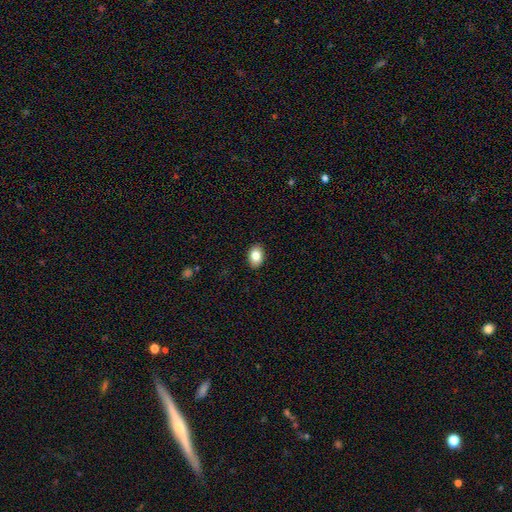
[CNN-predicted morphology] smooth-or-featured: smooth: 83% | featured or disk: 9% | star or artifact: 8%
  how-rounded: in between: 82% | round: 17% | cigar-shaped: 1%
  merging: none: 90% | minor disturbance: 8% | major disturbance: 2% | merger: 1%